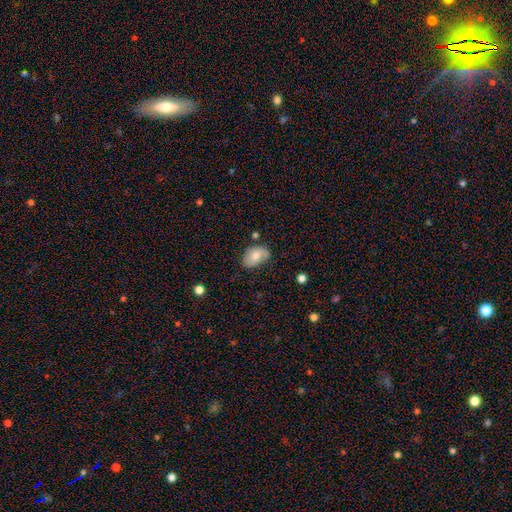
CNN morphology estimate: A smooth galaxy with no disk features (64%) that is in between round and cigar-shaped (82%). Merging: none (57%).